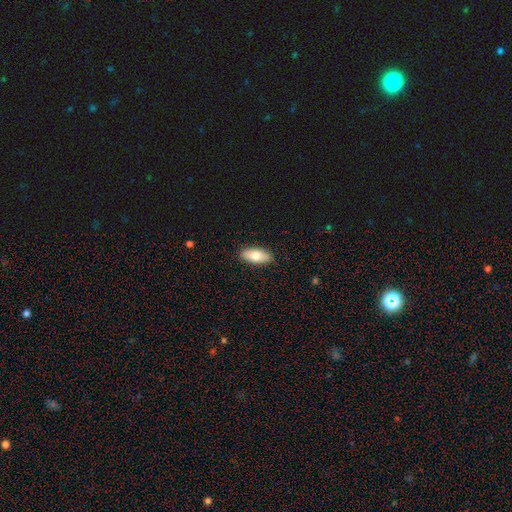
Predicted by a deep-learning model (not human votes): The model was most divided on "smooth or featured": smooth: 77%, featured or disk: 17%, star or artifact: 6%. More confident: merging — none (89%); how rounded — in between (87%).